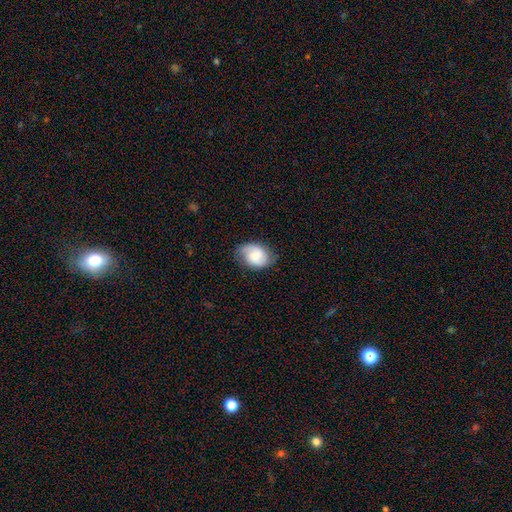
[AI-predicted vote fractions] smooth 61%, featured or disk 31%, star or artifact 8%. Down the decision tree: how rounded — in between (74%); merging — none (72%).